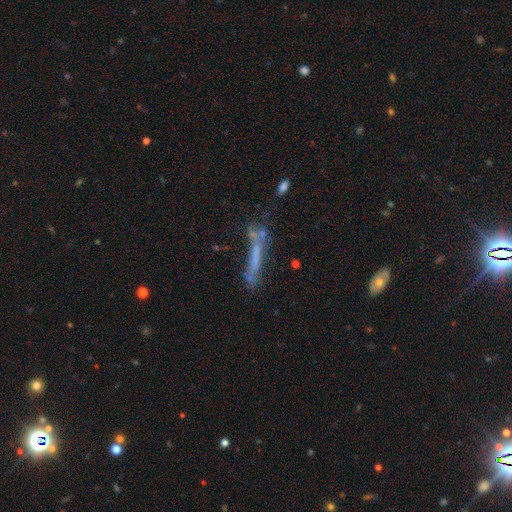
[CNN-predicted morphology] Smooth or featured? featured or disk (45%)
Merging? none (45%)